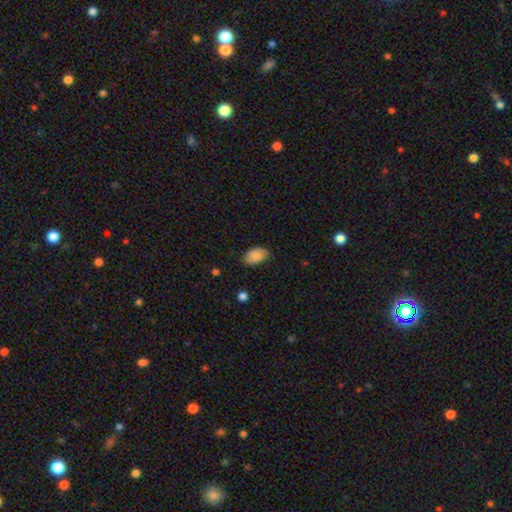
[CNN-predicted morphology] type=smooth (84%); roundness=in between (92%); merging=none (75%).